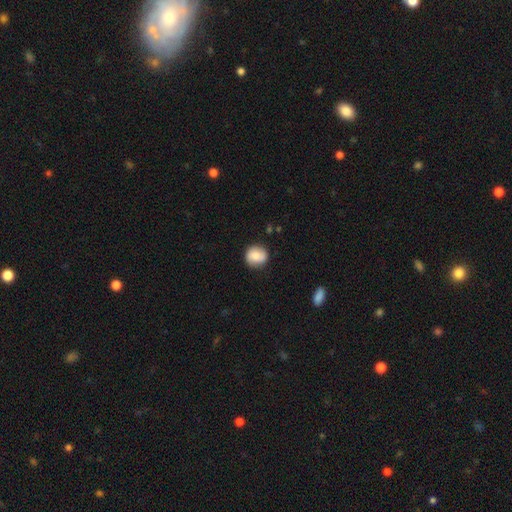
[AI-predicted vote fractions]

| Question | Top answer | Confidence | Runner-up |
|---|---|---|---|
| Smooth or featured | smooth | 75% | featured or disk (17%) |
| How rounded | round | 87% | in between (12%) |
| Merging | none | 83% | minor disturbance (13%) |